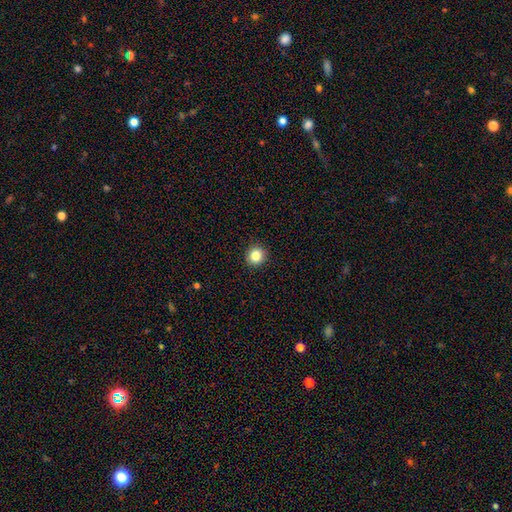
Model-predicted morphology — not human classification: Smooth or featured?
  - smooth: 84% *
  - star or artifact: 11%
  - featured or disk: 6%
How rounded?
  - round: 93% *
  - in between: 6%
  - cigar-shaped: 1%
Merging?
  - none: 92% *
  - minor disturbance: 5%
  - major disturbance: 2%
  - merger: 1%